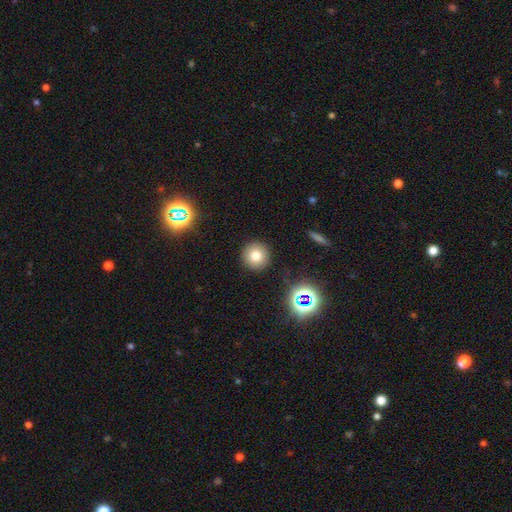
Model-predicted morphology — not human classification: type=smooth (77%); roundness=round (95%); merging=none (91%).